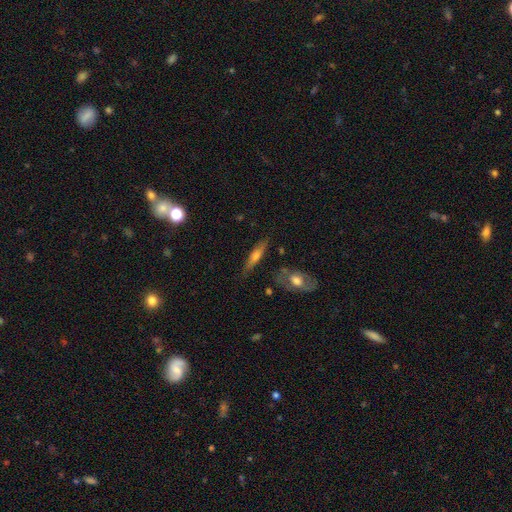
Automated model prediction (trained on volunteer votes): This appears to be a featured or disk galaxy (47%, tied with smooth). Merging: none (78%).